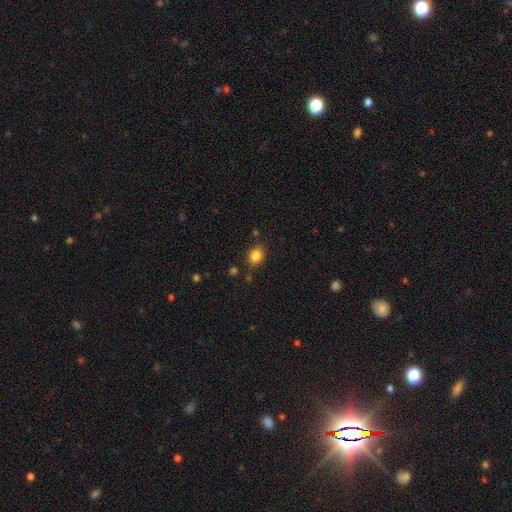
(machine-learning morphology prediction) The model was most divided on "how rounded": round: 58%, in between: 41%, cigar-shaped: 1%. More confident: smooth or featured — smooth (84%); merging — none (80%).